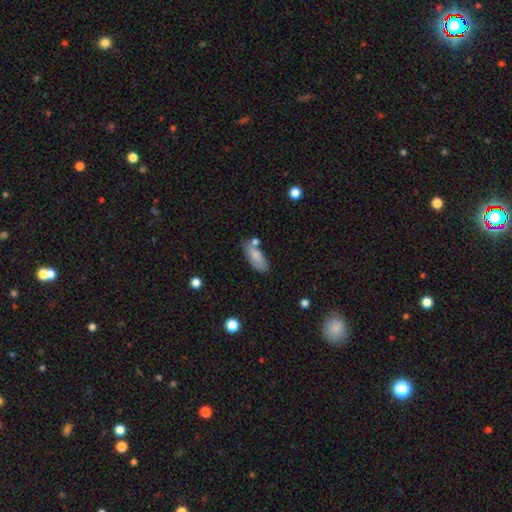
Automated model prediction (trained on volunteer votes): Smooth or featured? smooth (77%)
How rounded? in between (82%)
Merging? none (59%)